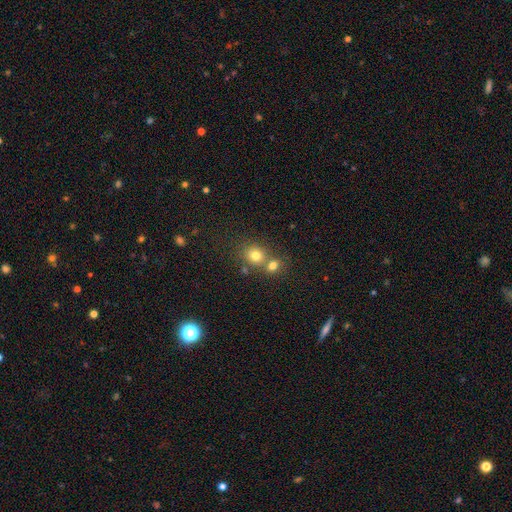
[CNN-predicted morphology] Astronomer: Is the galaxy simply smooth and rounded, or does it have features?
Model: smooth — 77%.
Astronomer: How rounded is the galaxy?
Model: round — 75%.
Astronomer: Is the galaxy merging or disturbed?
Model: none — 50% (runner-up: merger, 39%).